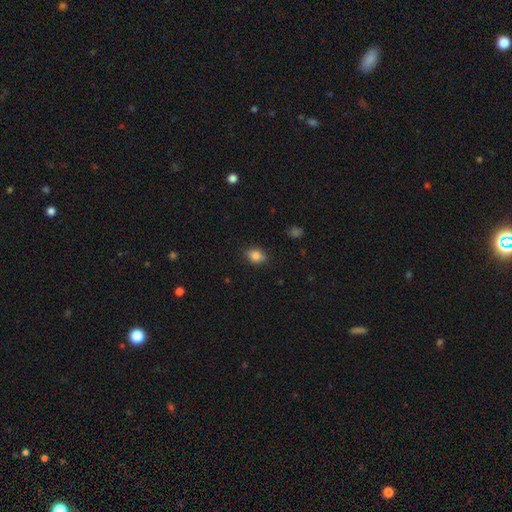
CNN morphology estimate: The model was most divided on "how rounded": in between: 67%, round: 31%, cigar-shaped: 2%. More confident: merging — none (84%); smooth or featured — smooth (84%).